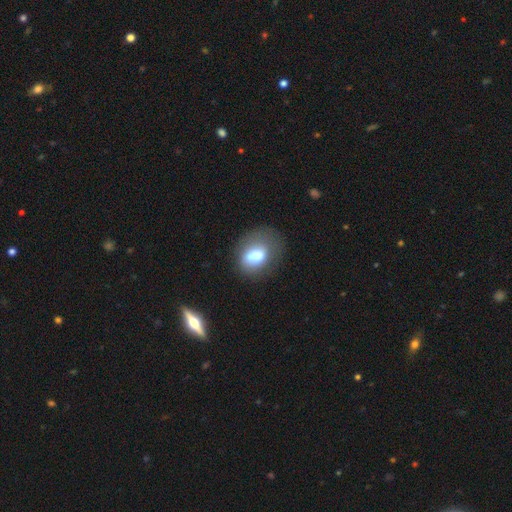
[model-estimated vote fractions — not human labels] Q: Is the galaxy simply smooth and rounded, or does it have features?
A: smooth — 74%.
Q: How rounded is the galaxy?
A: in between — 69%.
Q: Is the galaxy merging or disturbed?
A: none — 47%.